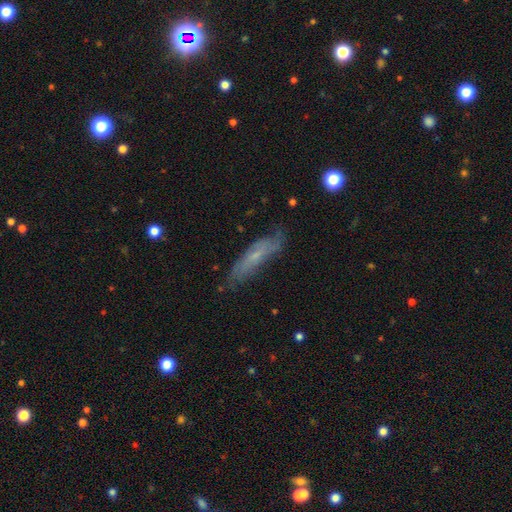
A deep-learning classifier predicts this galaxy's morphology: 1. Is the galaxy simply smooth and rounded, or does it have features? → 47% featured or disk, 44% smooth, 9% star or artifact.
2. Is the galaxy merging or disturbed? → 70% none, 22% minor disturbance, 6% major disturbance, 2% merger.